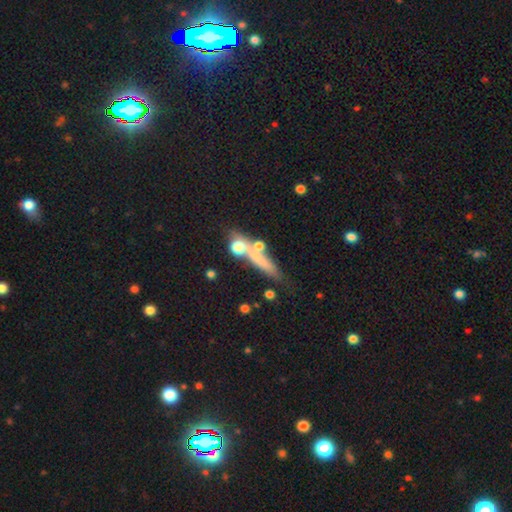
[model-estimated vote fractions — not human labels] A smooth galaxy with no disk features (54%) that is cigar-shaped (74%). Merging: none (60%).